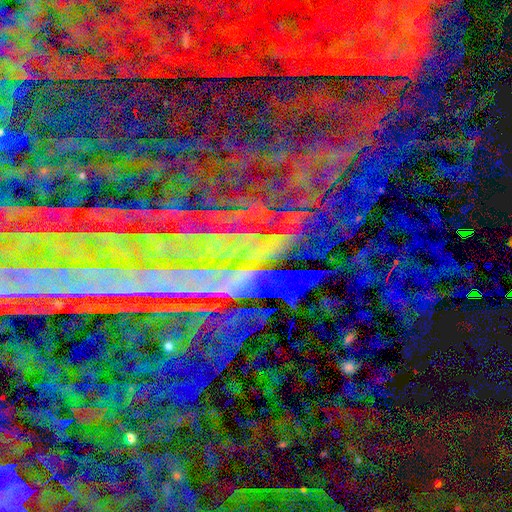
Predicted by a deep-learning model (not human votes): Smooth or featured? star or artifact (87%)